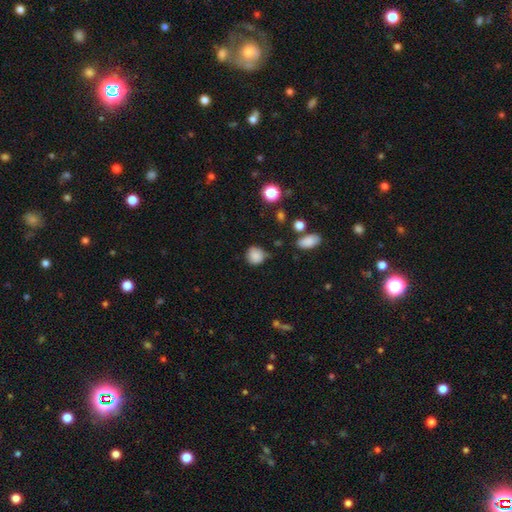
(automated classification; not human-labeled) smooth 84%, star or artifact 10%, featured or disk 6%. Down the decision tree: how rounded — round (81%); merging — none (64%).